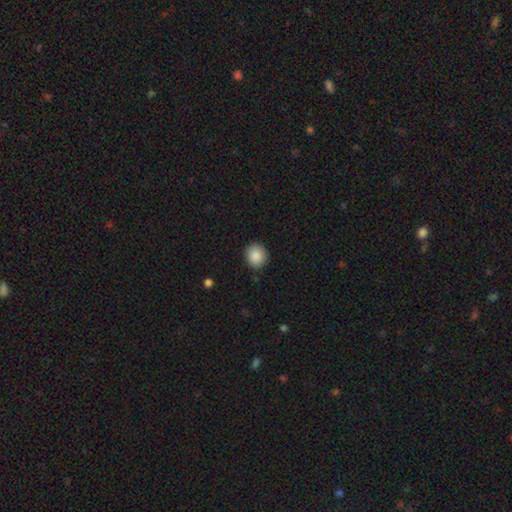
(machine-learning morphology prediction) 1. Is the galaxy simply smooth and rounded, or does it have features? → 88% smooth, 8% star or artifact, 4% featured or disk.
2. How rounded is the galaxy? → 82% round, 17% in between, 1% cigar-shaped.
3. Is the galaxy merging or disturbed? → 90% none, 7% minor disturbance, 2% major disturbance, 1% merger.